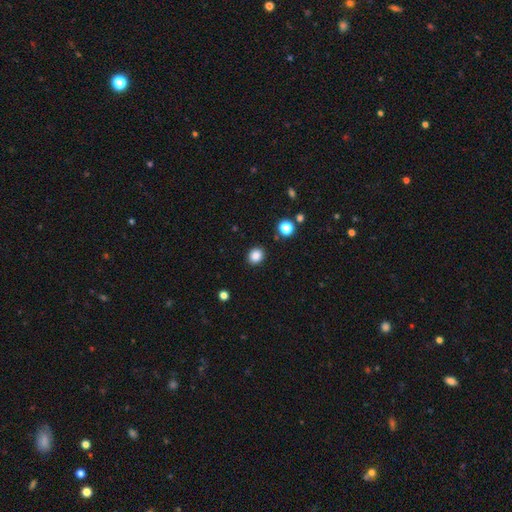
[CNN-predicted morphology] Smooth or featured?
  - smooth: 86% *
  - star or artifact: 11%
  - featured or disk: 3%
How rounded?
  - round: 68% *
  - in between: 31%
  - cigar-shaped: 1%
Merging?
  - none: 89% *
  - minor disturbance: 7%
  - major disturbance: 2%
  - merger: 2%